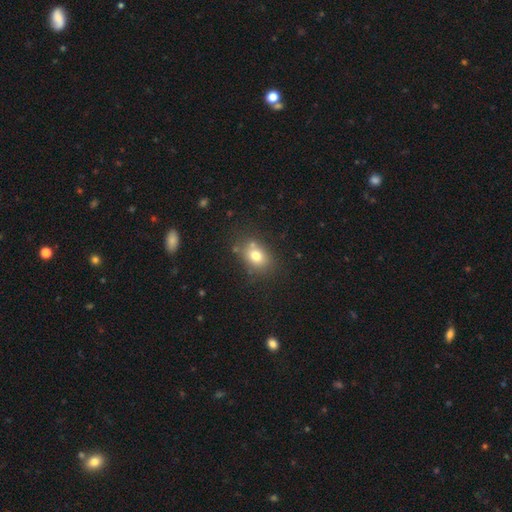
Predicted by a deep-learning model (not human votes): smooth_or_featured: smooth (p=0.76) [alt: featured or disk p=0.12]
how_rounded: in between (p=0.59) [alt: round p=0.40]
merging: none (p=0.71) [alt: minor disturbance p=0.15]